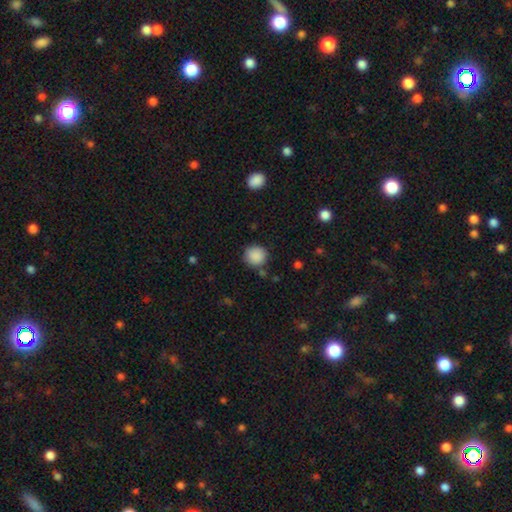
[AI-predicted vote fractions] Morphology: type=smooth (88%); roundness=round (91%); merging=none (83%).